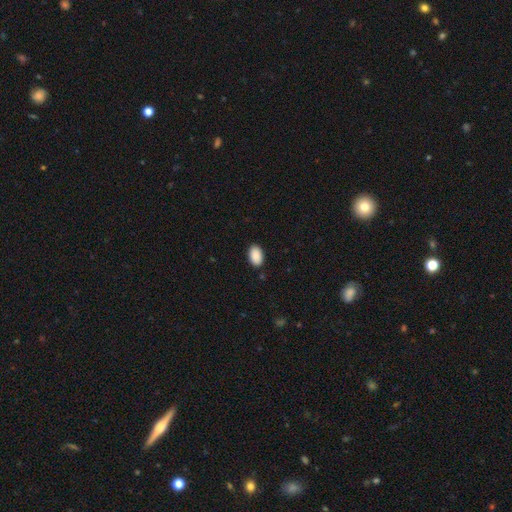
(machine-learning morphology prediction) Smooth or featured?
  - smooth: 91% *
  - star or artifact: 7%
  - featured or disk: 3%
How rounded?
  - in between: 92% *
  - round: 7%
  - cigar-shaped: 1%
Merging?
  - none: 89% *
  - minor disturbance: 8%
  - major disturbance: 2%
  - merger: 1%